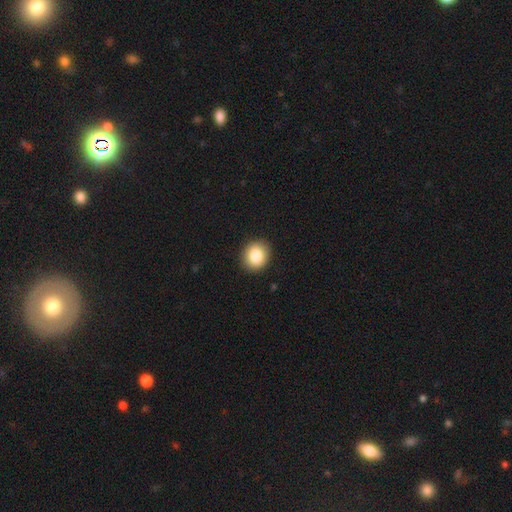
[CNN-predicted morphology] Smooth or featured? Predicted: smooth (p=0.85). How rounded? Predicted: round (p=0.73). Merging? Predicted: none (p=0.90).